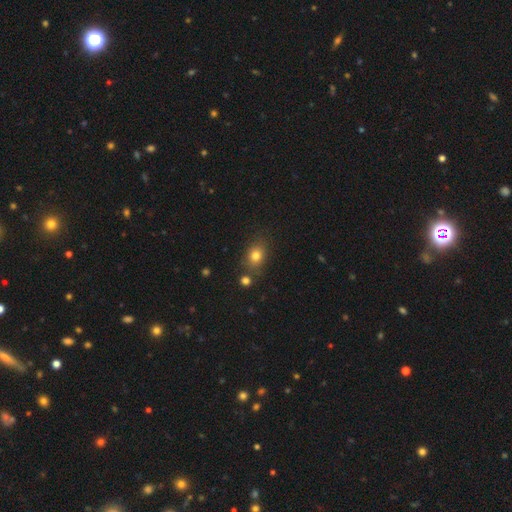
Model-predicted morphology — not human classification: A smooth galaxy with no disk features (79%) that is in between round and cigar-shaped (55%).

Vote fractions:
- Smooth or featured? smooth: 79% / star or artifact: 12% / featured or disk: 8%
- How rounded? in between: 55% / round: 44% / cigar-shaped: 1%
- Merging? none: 75% / minor disturbance: 14% / merger: 7% / major disturbance: 4%